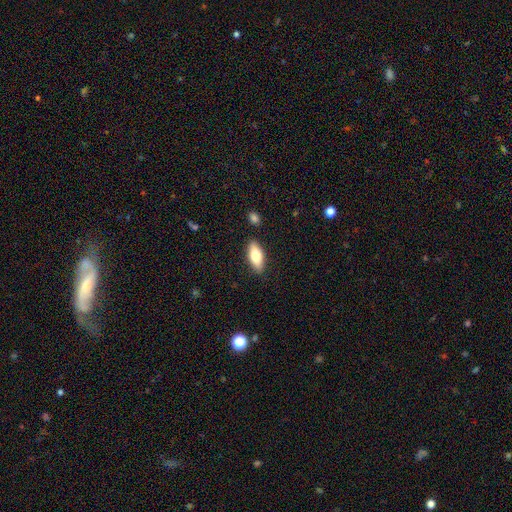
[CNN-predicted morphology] smooth 70%, featured or disk 23%, star or artifact 6%. Down the decision tree: how rounded — in between (75%); merging — none (86%).